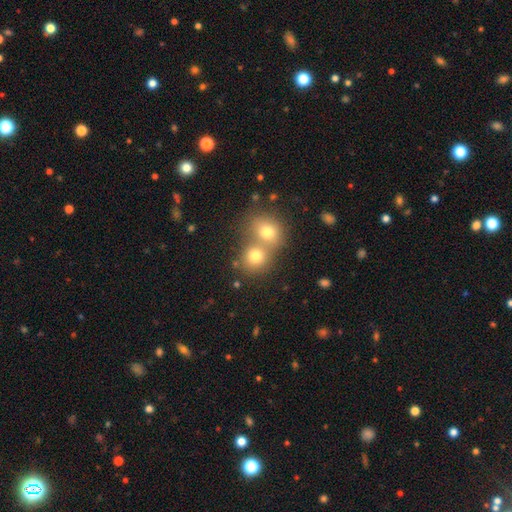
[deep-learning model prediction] Morphology: type=smooth (74%); roundness=round (77%); merging=merger (56%).